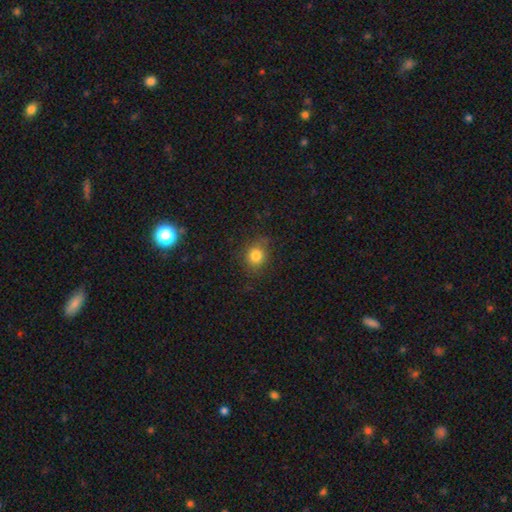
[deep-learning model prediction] Smooth or featured? smooth (81%)
How rounded? round (77%)
Merging? none (79%)